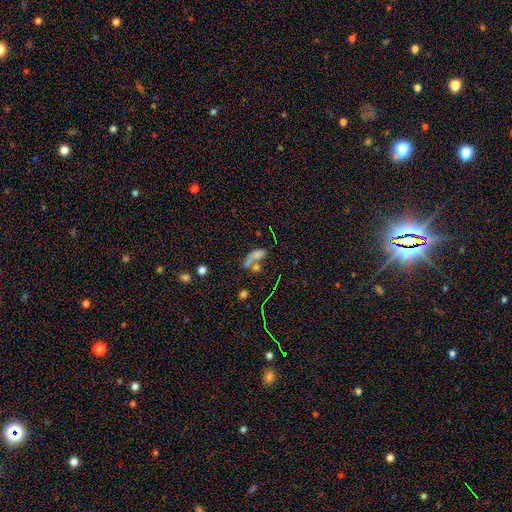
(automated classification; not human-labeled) Overall: smooth (59%; featured or disk 24%). How rounded: in between (73%). Merging: merger (52%; none 24%).